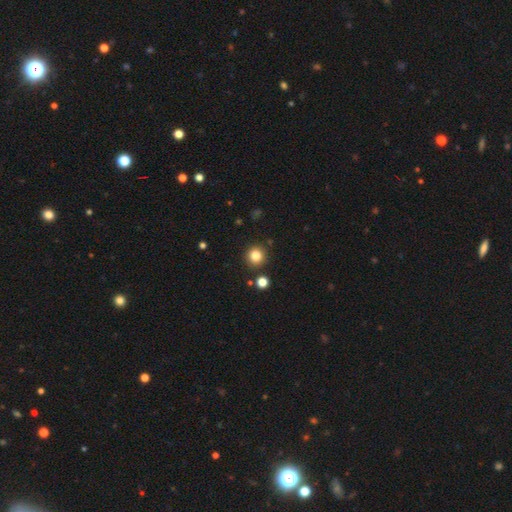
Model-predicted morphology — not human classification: smooth_or_featured: smooth (p=0.83) [alt: star or artifact p=0.12]
how_rounded: round (p=0.93) [alt: in between p=0.06]
merging: none (p=0.88) [alt: minor disturbance p=0.06]